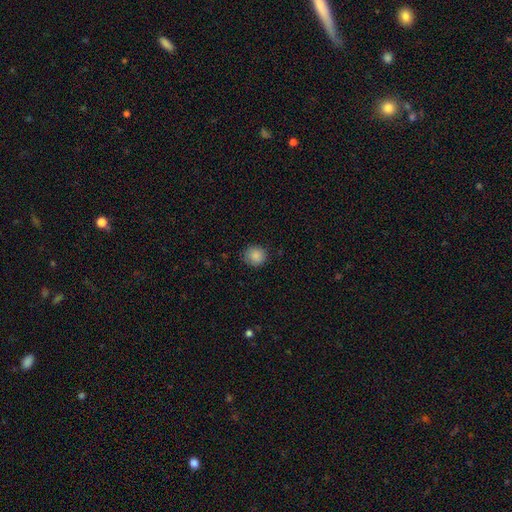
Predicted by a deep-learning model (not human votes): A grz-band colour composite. It shows a smooth galaxy with no disk features (87%) that is round (89%). Merging: none (85%).